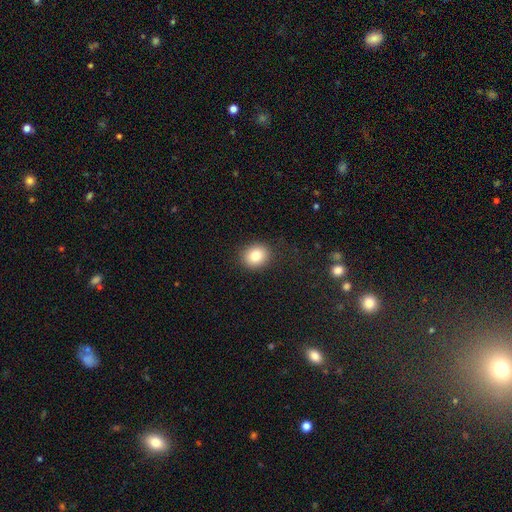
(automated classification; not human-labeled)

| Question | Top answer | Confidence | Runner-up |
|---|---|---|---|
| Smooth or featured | smooth | 82% | star or artifact (10%) |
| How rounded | round | 75% | in between (24%) |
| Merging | none | 88% | minor disturbance (8%) |